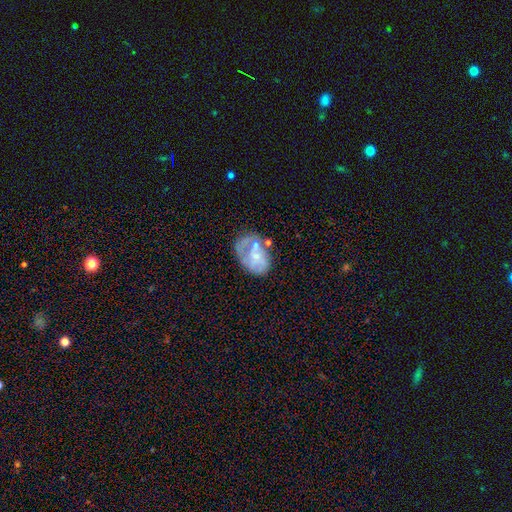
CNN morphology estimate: This appears to be a featured or disk galaxy (60%) with no bar (74%), spiral arms (53%) and a small central bulge (60%). Merging: none (38%).